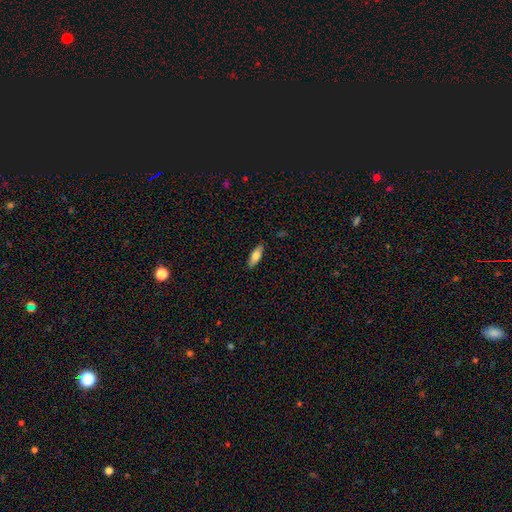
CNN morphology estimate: type=smooth (78%); roundness=in between (64%); merging=none (87%).